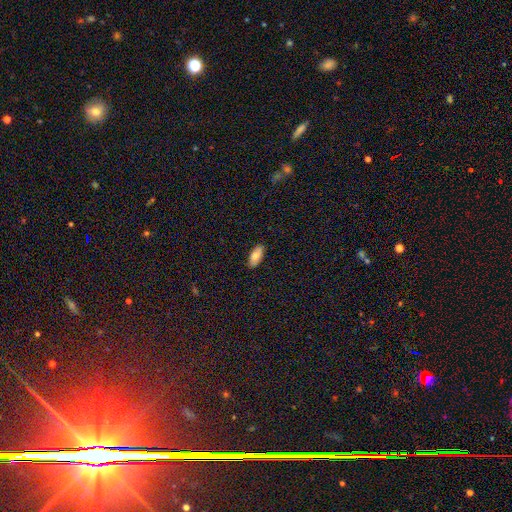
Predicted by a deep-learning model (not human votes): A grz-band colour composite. It shows a smooth galaxy with no disk features (81%) that is in between round and cigar-shaped (85%). Merging: none (89%).